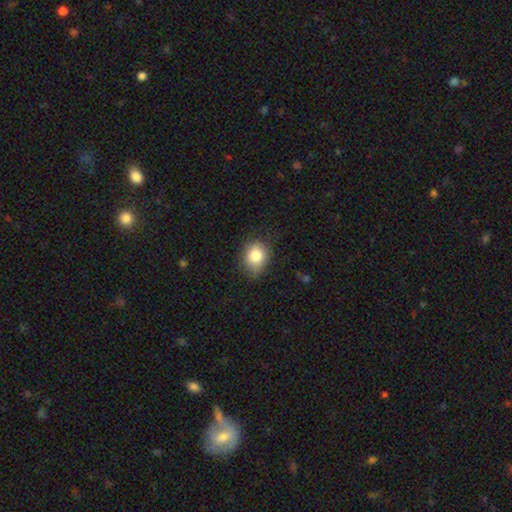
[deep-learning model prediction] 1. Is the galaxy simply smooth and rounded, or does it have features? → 83% smooth, 9% star or artifact, 8% featured or disk.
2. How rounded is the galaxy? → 51% round, 48% in between, 1% cigar-shaped.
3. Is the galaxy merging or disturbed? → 70% none, 23% minor disturbance, 5% major disturbance, 1% merger.